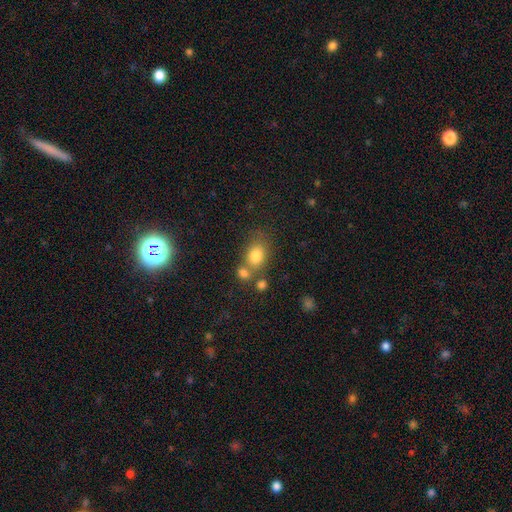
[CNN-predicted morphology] smooth-or-featured: smooth: 79% | star or artifact: 11% | featured or disk: 10%
  how-rounded: in between: 58% | round: 41% | cigar-shaped: 1%
  merging: none: 52% | merger: 28% | minor disturbance: 14% | major disturbance: 6%